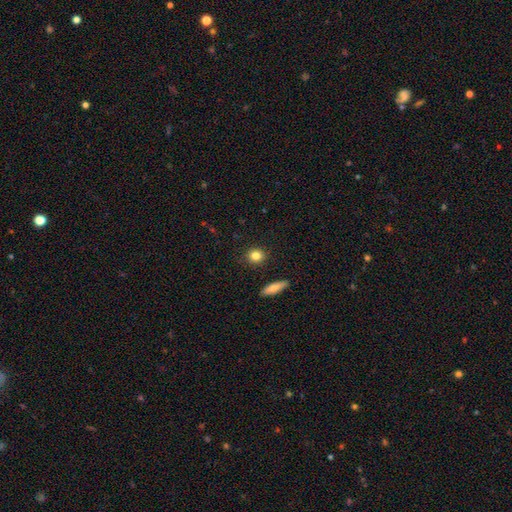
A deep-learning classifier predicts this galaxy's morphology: Smooth or featured? Predicted: smooth (p=0.83). How rounded? Predicted: round (p=0.74). Merging? Predicted: none (p=0.89).